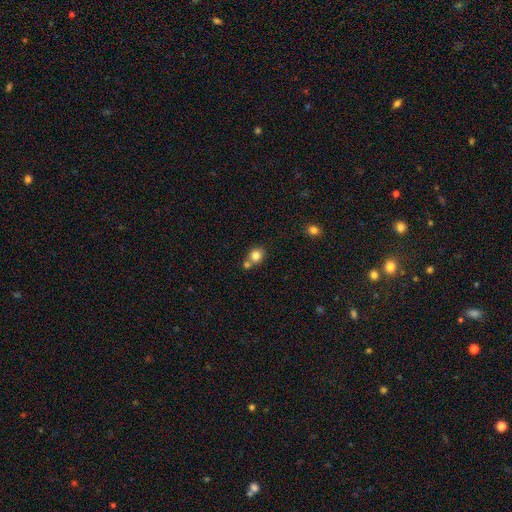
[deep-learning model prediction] smooth-or-featured: smooth: 81% | star or artifact: 10% | featured or disk: 9%
  how-rounded: round: 75% | in between: 24% | cigar-shaped: 1%
  merging: none: 52% | merger: 36% | minor disturbance: 9% | major disturbance: 3%